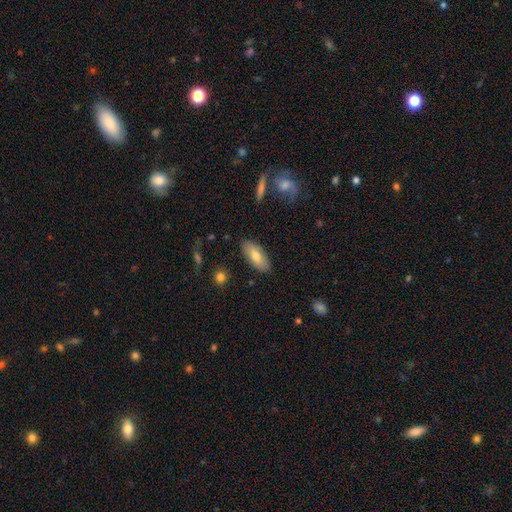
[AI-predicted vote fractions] smooth-or-featured: smooth: 72% | featured or disk: 21% | star or artifact: 7%
  how-rounded: in between: 81% | cigar-shaped: 17% | round: 2%
  merging: none: 86% | minor disturbance: 10% | major disturbance: 2% | merger: 2%